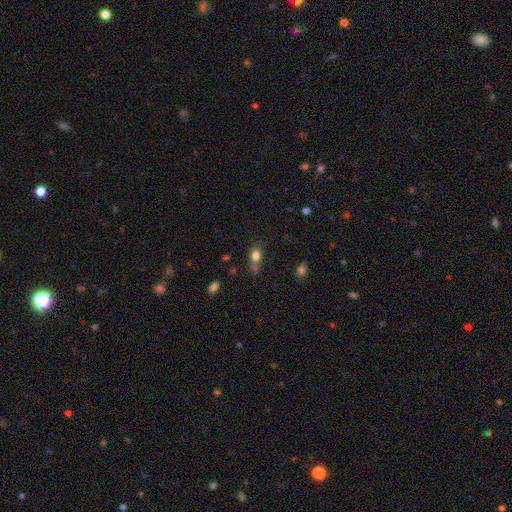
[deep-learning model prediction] This is likely a smooth galaxy (77%). How rounded: possibly round (52%). Merging: possibly none (50%).